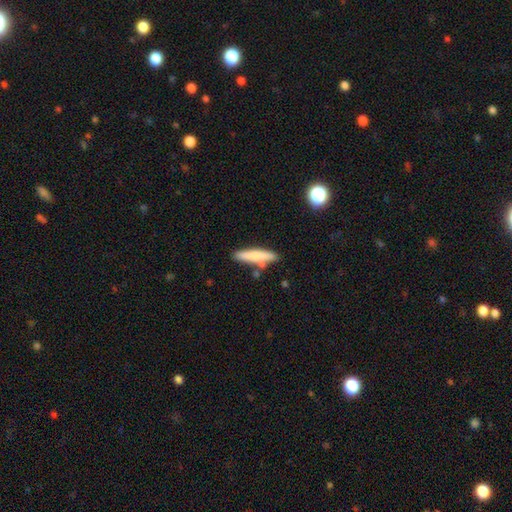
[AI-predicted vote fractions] The model was most divided on "smooth or featured": smooth: 73%, featured or disk: 20%, star or artifact: 6%. More confident: how rounded — cigar-shaped (87%); merging — none (74%).